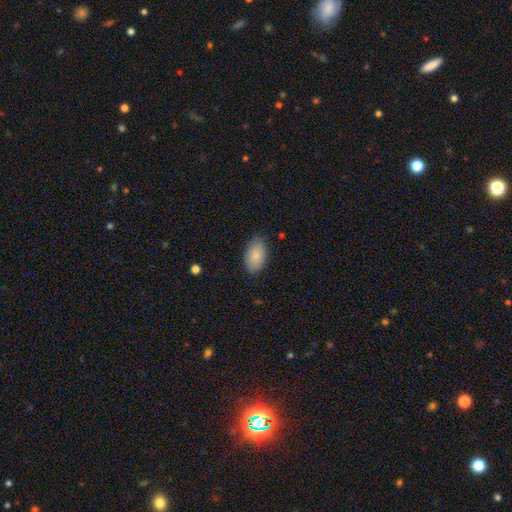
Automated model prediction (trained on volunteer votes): smooth 85%, featured or disk 9%, star or artifact 6%. Down the decision tree: how rounded — in between (94%); merging — none (83%).